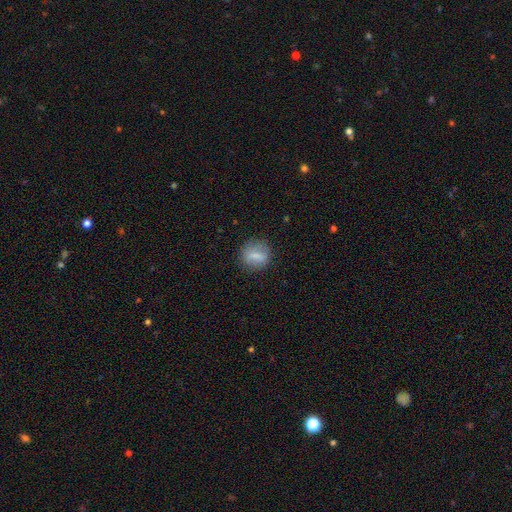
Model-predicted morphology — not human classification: smooth-or-featured: smooth: 67% | featured or disk: 24% | star or artifact: 9%
  how-rounded: round: 74% | in between: 23% | cigar-shaped: 3%
  merging: none: 80% | minor disturbance: 13% | major disturbance: 5% | merger: 2%